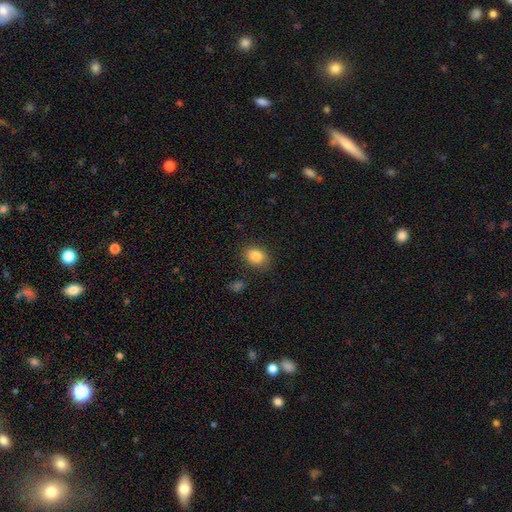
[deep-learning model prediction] This appears to be a smooth galaxy with no disk features (84%) that is in between round and cigar-shaped (65%). Merging: none (84%).